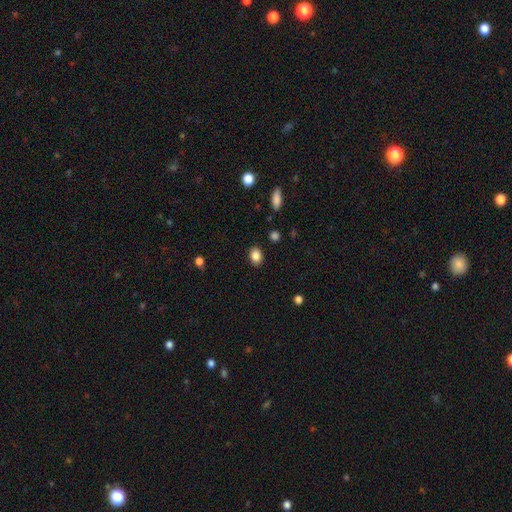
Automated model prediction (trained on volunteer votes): Smooth or featured? smooth (86%)
How rounded? in between (64%)
Merging? none (88%)